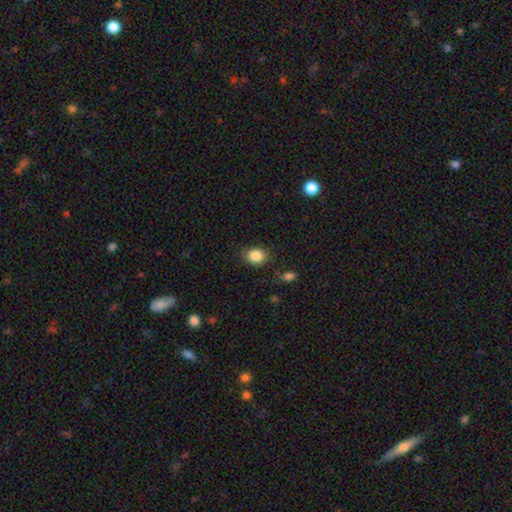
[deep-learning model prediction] Morphology: type=smooth (85%); roundness=in between (50%); merging=none (82%).